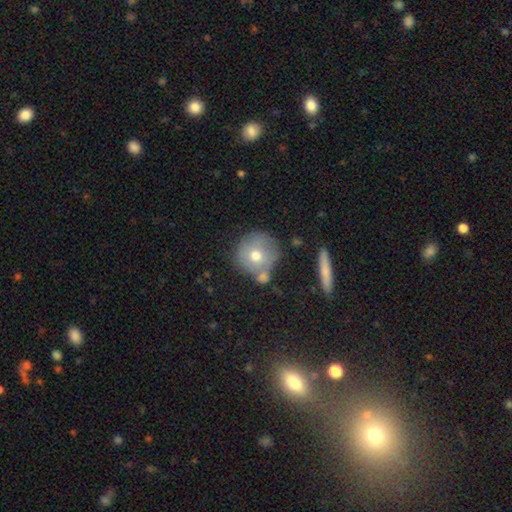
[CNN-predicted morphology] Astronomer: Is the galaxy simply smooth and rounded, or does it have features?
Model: smooth — 64%.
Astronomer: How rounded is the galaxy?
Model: round — 92%.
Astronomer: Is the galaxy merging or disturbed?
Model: none — 61%.